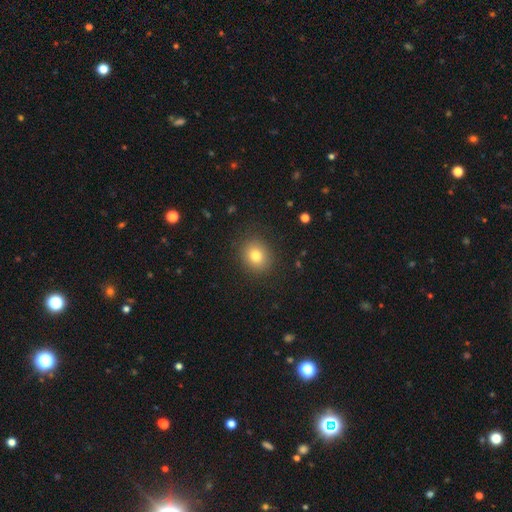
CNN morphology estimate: This appears to be a smooth galaxy with no disk features (80%) that is round (71%). Merging: none (87%).